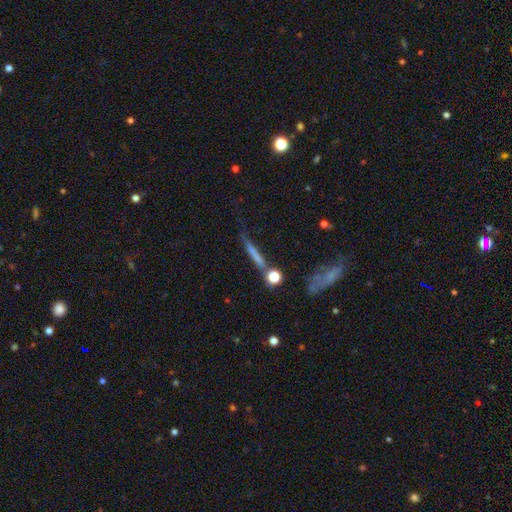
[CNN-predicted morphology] Smooth or featured? Predicted: smooth (p=0.56). How rounded? Predicted: cigar-shaped (p=0.84). Merging? Predicted: none (p=0.67).